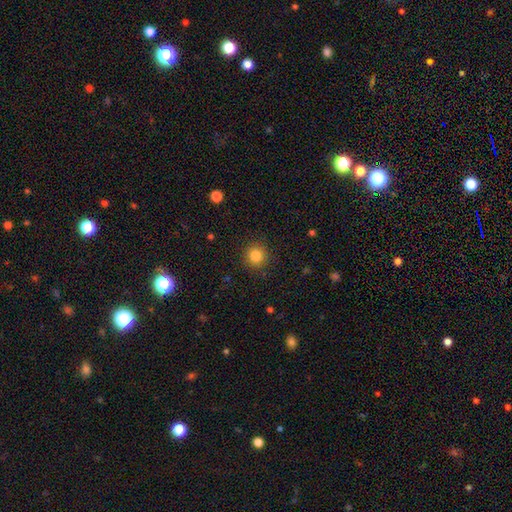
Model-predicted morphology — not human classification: This appears to be a smooth galaxy with no disk features (84%) that is round (93%). Merging: none (90%).